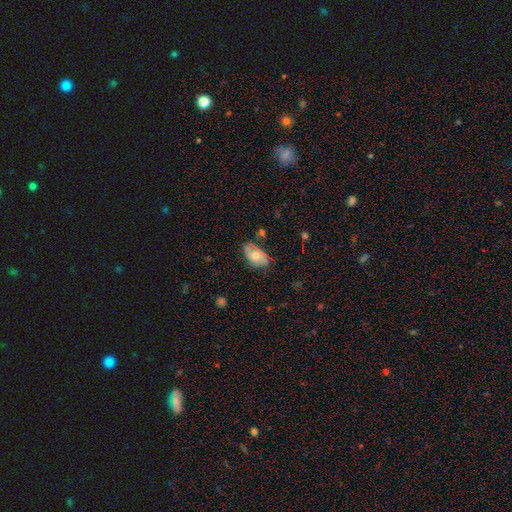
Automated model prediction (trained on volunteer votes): Smooth or featured: smooth — 55% (featured or disk — 36%)
How rounded: in between — 88% (round — 11%)
Merging: none — 58% (minor disturbance — 29%)